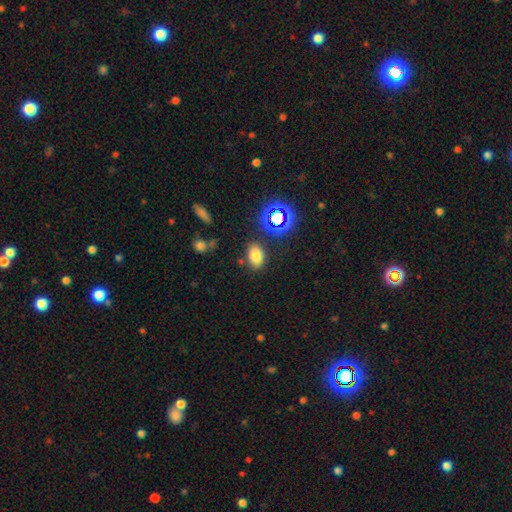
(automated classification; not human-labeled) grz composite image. It shows a smooth galaxy with no disk features (75%) that is in between round and cigar-shaped (82%). Merging: none (82%).